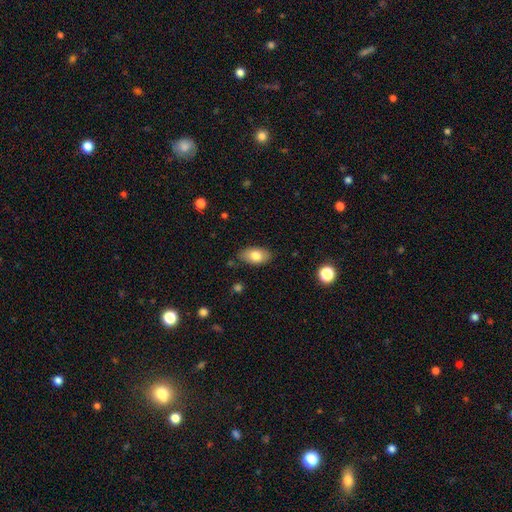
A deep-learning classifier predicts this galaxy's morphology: Q: Smooth or featured?
A: smooth (79%); runner-up: featured or disk (14%)
Q: How rounded?
A: in between (92%); runner-up: round (6%)
Q: Merging?
A: none (83%); runner-up: minor disturbance (13%)